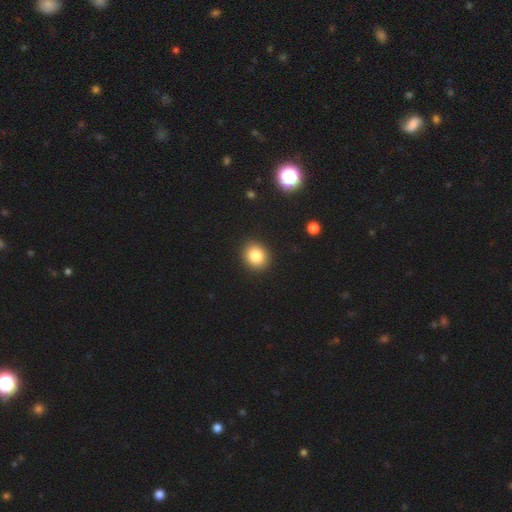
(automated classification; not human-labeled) The model was most divided on "how rounded": round: 71%, in between: 28%, cigar-shaped: 1%. More confident: merging — none (91%); smooth or featured — smooth (84%).